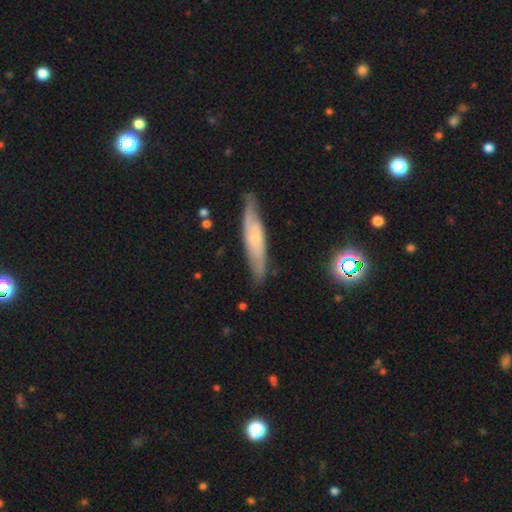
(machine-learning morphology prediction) The model was most divided on "edge-on disk": yes: 56%, no: 44%. More confident: merging — none (80%); smooth or featured — featured or disk (59%).